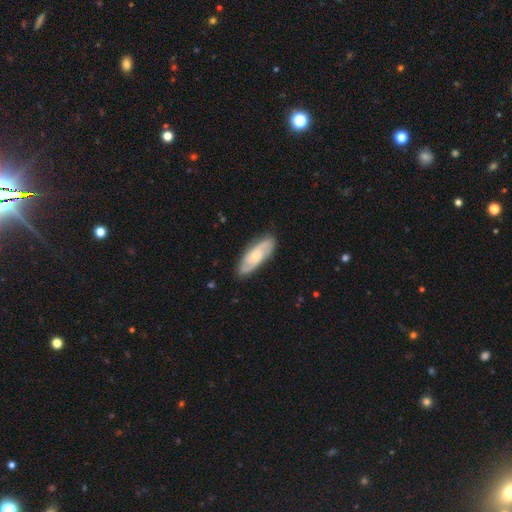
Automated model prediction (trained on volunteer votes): Smooth or featured: featured or disk — 64% (smooth — 31%)
Edge-on disk: no — 87% (yes — 13%)
Bar: no — 73% (weak — 23%)
Spiral arms: yes — 89% (no — 11%)
Bulge size: small — 59% (moderate — 35%)
Merging: none — 83% (minor disturbance — 13%)